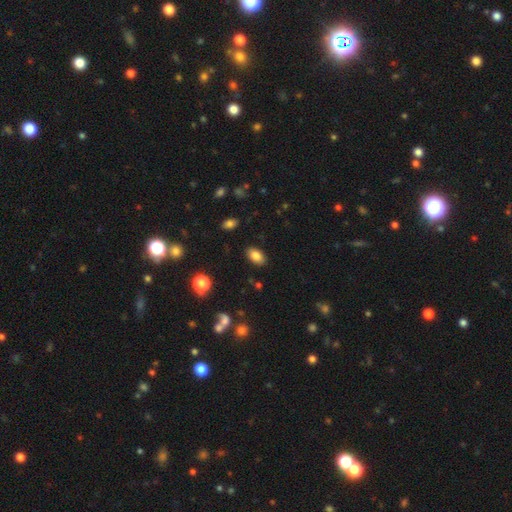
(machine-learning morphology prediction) Overall: smooth (83%). How rounded: in between (90%). Merging: none (87%).